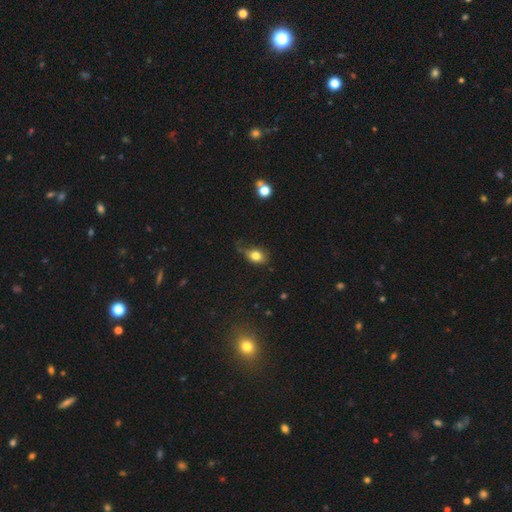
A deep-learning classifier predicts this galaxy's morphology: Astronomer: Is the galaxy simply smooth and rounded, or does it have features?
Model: smooth — 80%.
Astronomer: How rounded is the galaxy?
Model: in between — 72%.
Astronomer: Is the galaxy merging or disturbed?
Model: none — 53% (runner-up: minor disturbance, 32%).